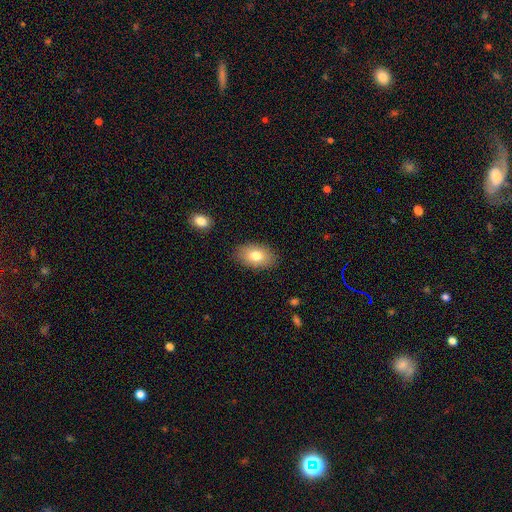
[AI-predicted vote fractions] This appears to be a smooth galaxy with no disk features (79%) that is in between round and cigar-shaped (89%). Merging: none (86%).